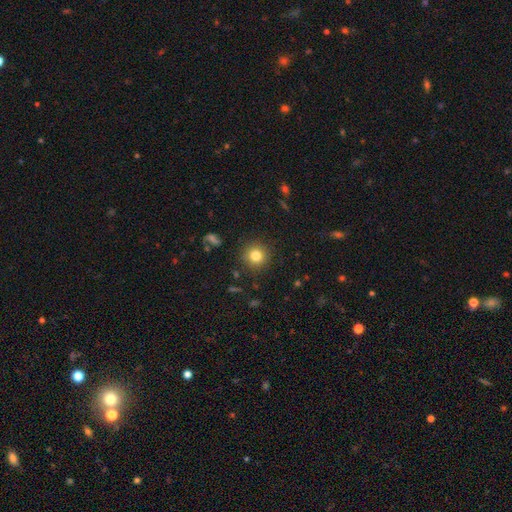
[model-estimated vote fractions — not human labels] Smooth or featured: smooth — 80% (star or artifact — 12%)
How rounded: round — 94% (in between — 5%)
Merging: none — 90% (minor disturbance — 6%)